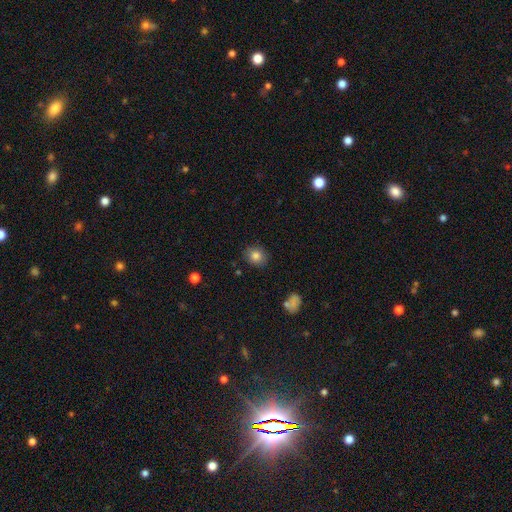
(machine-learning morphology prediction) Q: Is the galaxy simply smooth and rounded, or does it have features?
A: smooth — 83%.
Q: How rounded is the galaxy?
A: round — 67%.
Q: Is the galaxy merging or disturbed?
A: none — 86%.